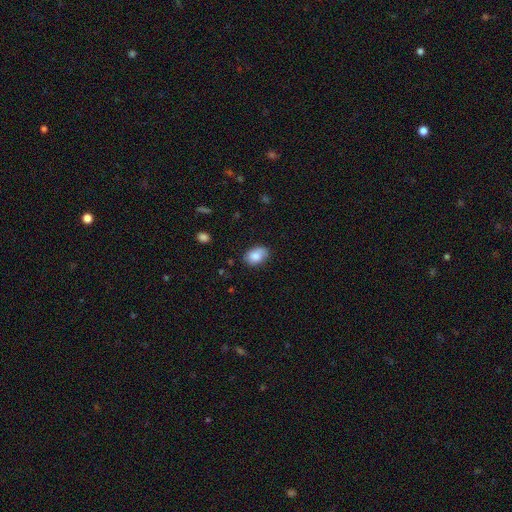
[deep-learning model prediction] The model was most divided on "merging": none: 73%, minor disturbance: 21%, major disturbance: 4%, merger: 2%. More confident: how rounded — in between (84%); smooth or featured — smooth (84%).